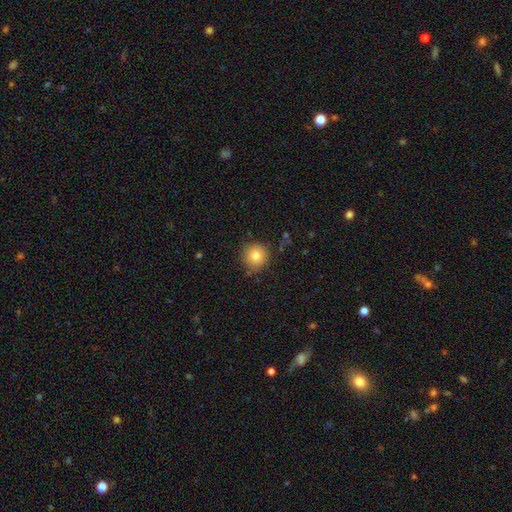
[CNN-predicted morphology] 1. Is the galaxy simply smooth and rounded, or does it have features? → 81% smooth, 11% star or artifact, 8% featured or disk.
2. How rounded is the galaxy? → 94% round, 5% in between, 1% cigar-shaped.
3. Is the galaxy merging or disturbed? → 84% none, 11% minor disturbance, 3% major disturbance, 2% merger.